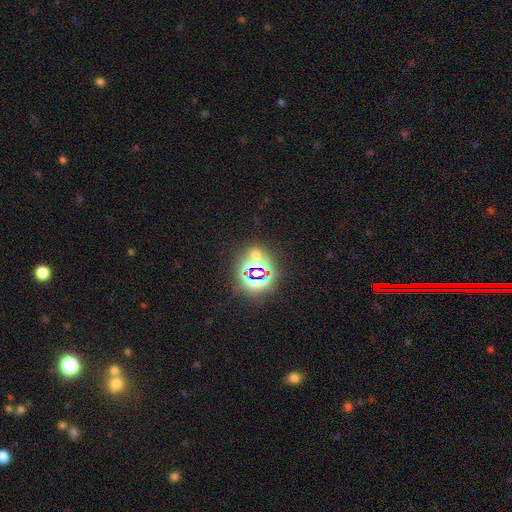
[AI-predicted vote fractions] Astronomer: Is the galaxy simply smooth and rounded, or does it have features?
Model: star or artifact — 68%.